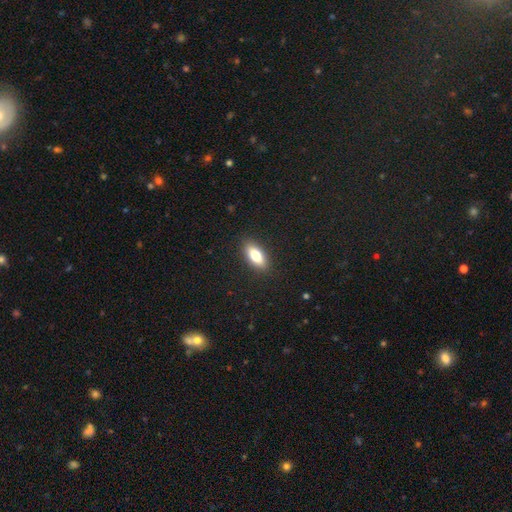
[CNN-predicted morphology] This appears to be a smooth galaxy with no disk features (79%) that is in between round and cigar-shaped (82%). Merging: none (89%).